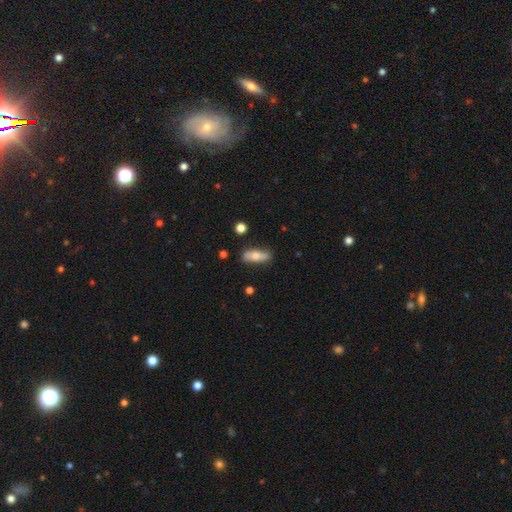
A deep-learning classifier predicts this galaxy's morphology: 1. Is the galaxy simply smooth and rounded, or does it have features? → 68% smooth, 26% featured or disk, 7% star or artifact.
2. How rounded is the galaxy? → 68% in between, 29% cigar-shaped, 3% round.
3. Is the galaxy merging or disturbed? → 80% none, 15% minor disturbance, 3% major disturbance, 2% merger.